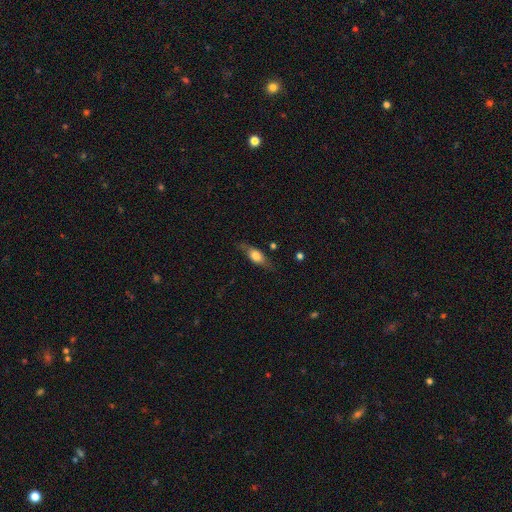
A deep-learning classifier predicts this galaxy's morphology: Overall: smooth (56%; featured or disk 37%). How rounded: in between (66%; cigar-shaped 27%). Merging: none (71%).